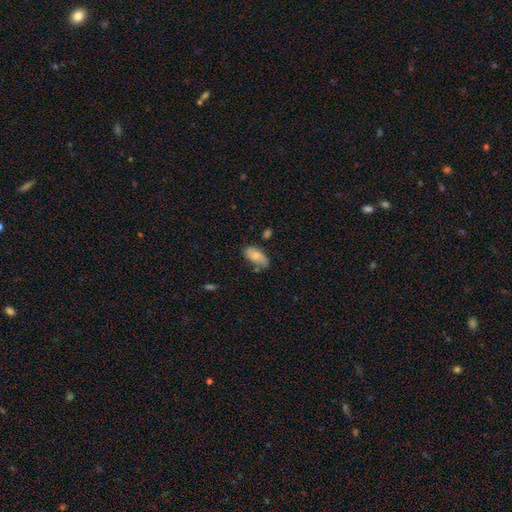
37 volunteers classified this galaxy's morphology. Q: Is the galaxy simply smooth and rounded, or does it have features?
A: smooth — 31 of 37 (84%).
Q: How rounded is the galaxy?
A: in between — 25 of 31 (81%).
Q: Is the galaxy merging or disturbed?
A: none — 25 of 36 (69%).